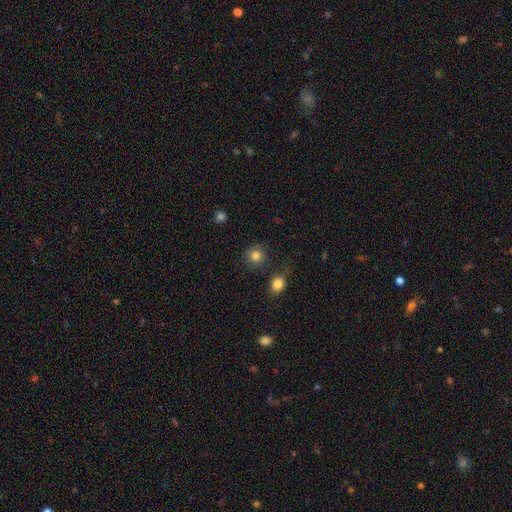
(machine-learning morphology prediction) Smooth or featured? smooth (83%)
How rounded? round (90%)
Merging? none (82%)